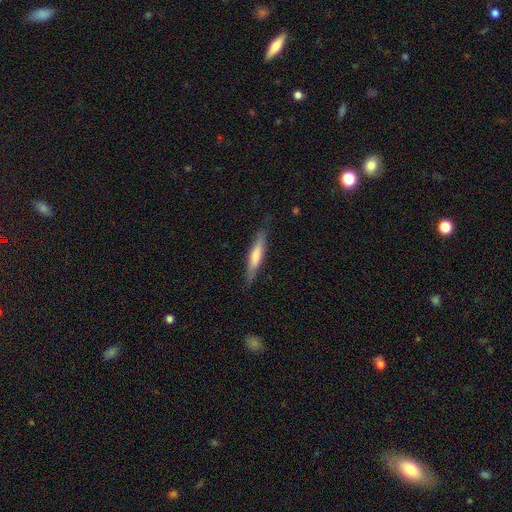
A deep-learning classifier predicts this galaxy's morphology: Smooth or featured? Predicted: smooth (p=0.57). How rounded? Predicted: cigar-shaped (p=0.88). Merging? Predicted: none (p=0.82).